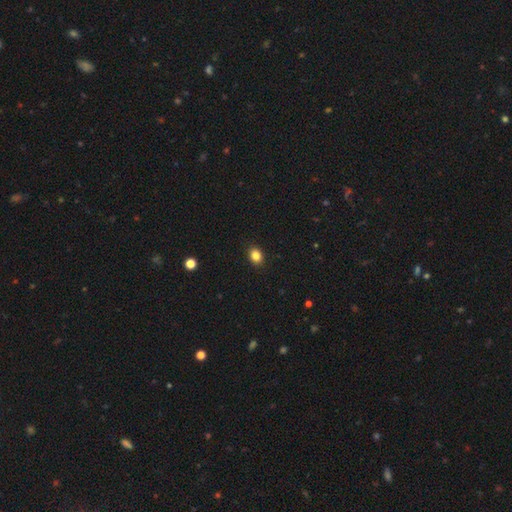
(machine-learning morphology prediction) Smooth or featured? smooth (84%)
How rounded? in between (58%)
Merging? none (90%)